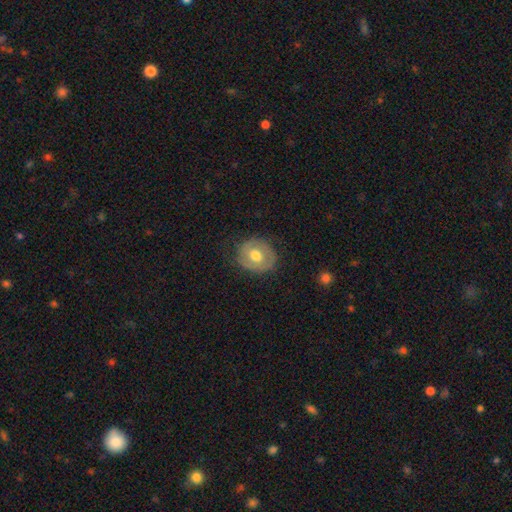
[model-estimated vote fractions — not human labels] Smooth or featured? smooth (48%)
Merging? none (73%)